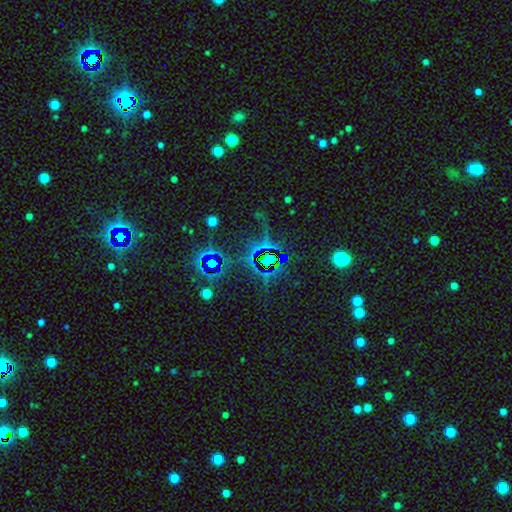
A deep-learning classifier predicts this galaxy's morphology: smooth-or-featured: star or artifact: 80% | featured or disk: 10% | smooth: 9%